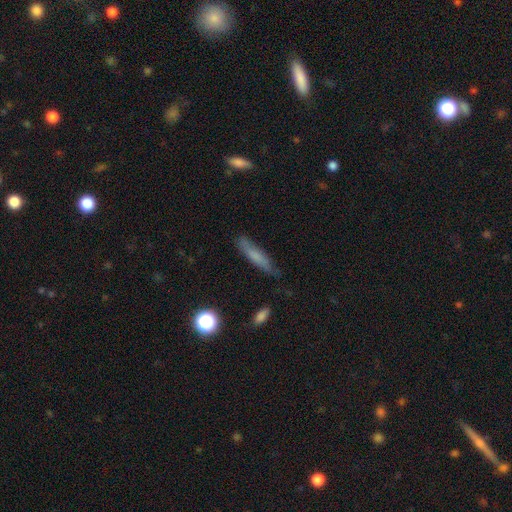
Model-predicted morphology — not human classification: Smooth or featured? Predicted: smooth (p=0.65). How rounded? Predicted: cigar-shaped (p=0.84). Merging? Predicted: none (p=0.76).